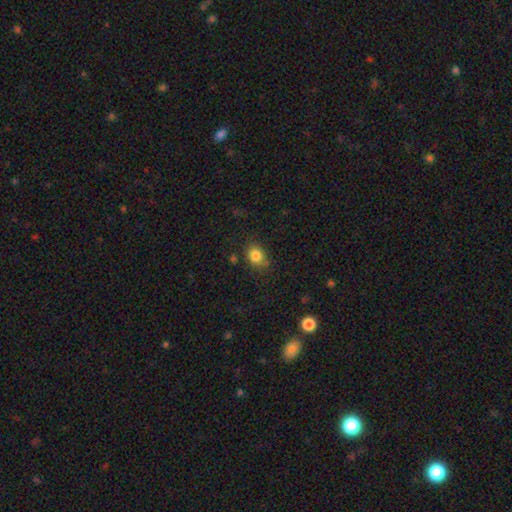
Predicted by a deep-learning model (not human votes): A smooth galaxy with no disk features (83%) that is round (54%).

Vote fractions:
- Smooth or featured? smooth: 83% / star or artifact: 11% / featured or disk: 6%
- How rounded? round: 54% / in between: 45% / cigar-shaped: 1%
- Merging? none: 72% / minor disturbance: 20% / major disturbance: 5% / merger: 3%